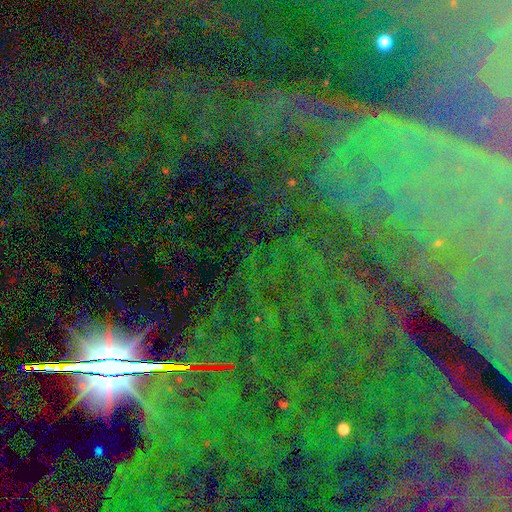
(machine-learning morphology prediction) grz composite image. It shows a star or artifact, not a galaxy (83%).